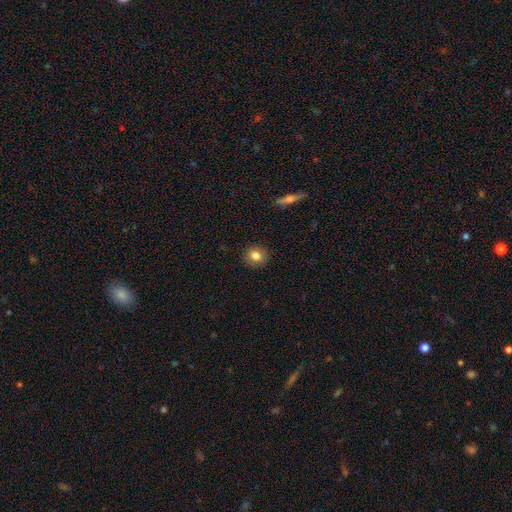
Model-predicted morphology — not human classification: A smooth galaxy with no disk features (81%) that is round (78%). Merging: none (90%).